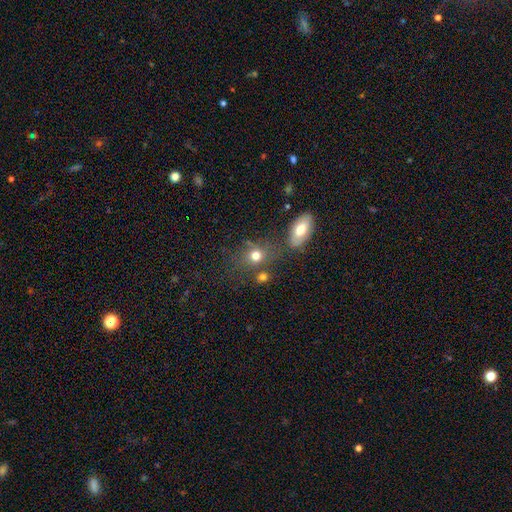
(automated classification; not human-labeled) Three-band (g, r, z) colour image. It shows a smooth galaxy with no disk features (73%) that is round (58%). Merging: none (61%).